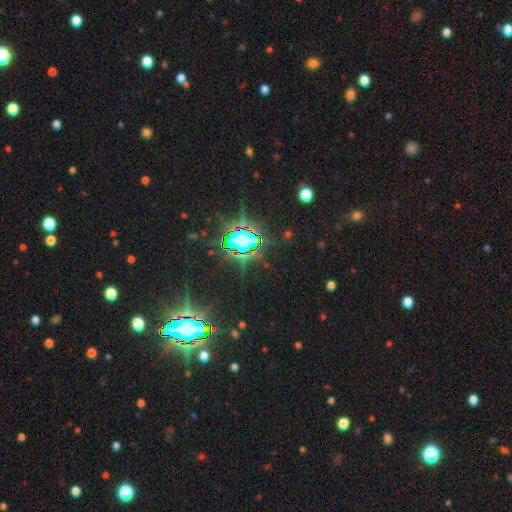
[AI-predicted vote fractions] Q: Smooth or featured?
A: star or artifact (83%); runner-up: smooth (10%)